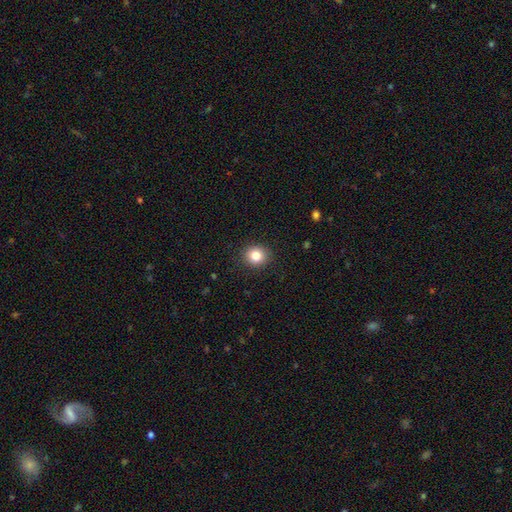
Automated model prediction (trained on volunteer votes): smooth-or-featured: smooth: 83% | star or artifact: 11% | featured or disk: 6%
  how-rounded: round: 78% | in between: 21% | cigar-shaped: 1%
  merging: none: 90% | minor disturbance: 7% | major disturbance: 2% | merger: 1%